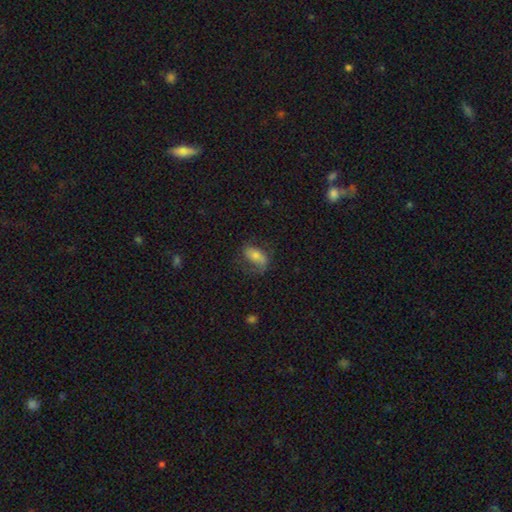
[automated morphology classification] smooth 56%, featured or disk 35%, star or artifact 9%. Down the decision tree: how rounded — in between (87%); merging — none (54%).